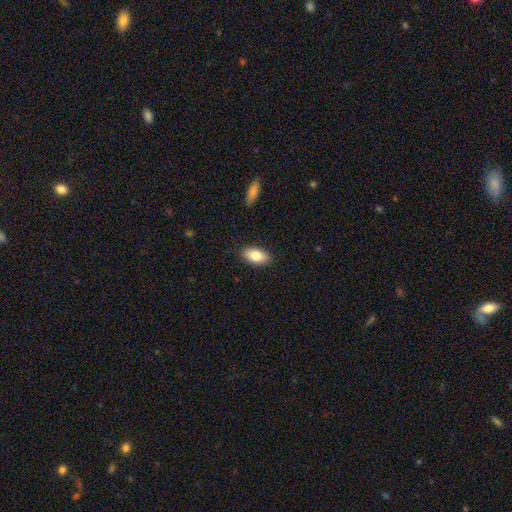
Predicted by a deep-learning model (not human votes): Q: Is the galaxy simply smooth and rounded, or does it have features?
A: smooth — 81%.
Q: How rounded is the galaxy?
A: in between — 91%.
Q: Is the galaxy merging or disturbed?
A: none — 88%.